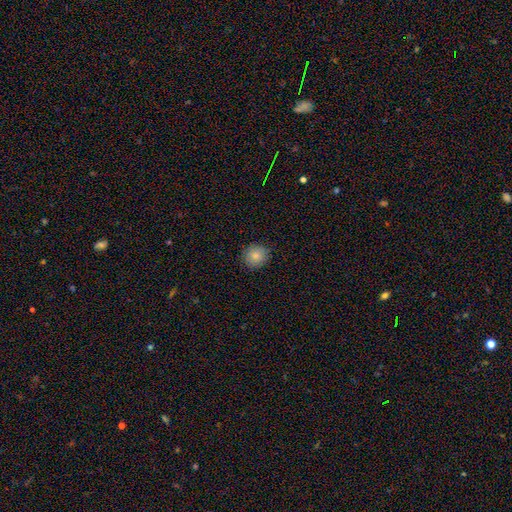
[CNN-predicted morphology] type=smooth (84%); roundness=round (88%); merging=none (88%).